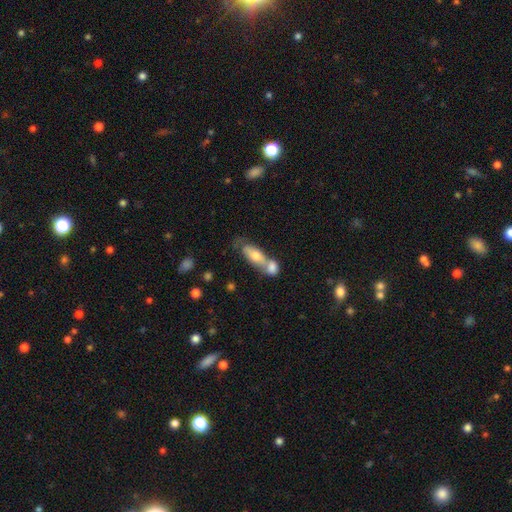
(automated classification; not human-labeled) This appears to be a smooth galaxy with no disk features (60%) that is in between round and cigar-shaped (69%). Merging: merger (61%).